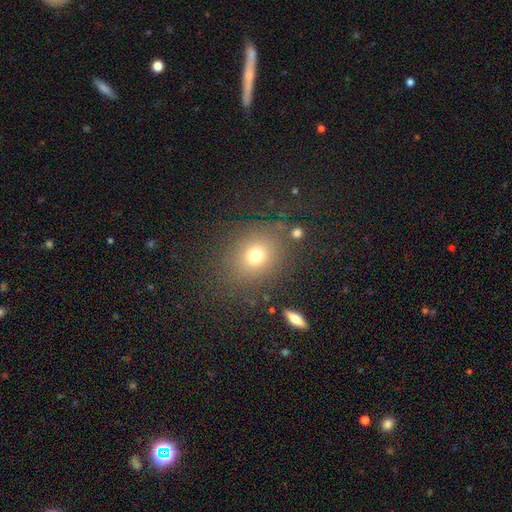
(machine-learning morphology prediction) Q: Smooth or featured?
A: smooth (74%); runner-up: star or artifact (15%)
Q: How rounded?
A: round (59%); runner-up: in between (39%)
Q: Merging?
A: none (81%); runner-up: minor disturbance (11%)